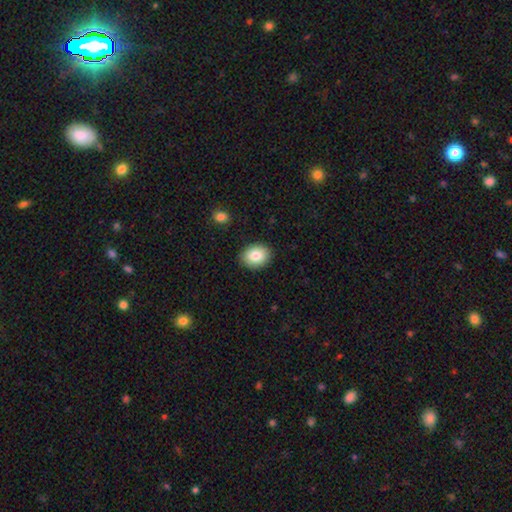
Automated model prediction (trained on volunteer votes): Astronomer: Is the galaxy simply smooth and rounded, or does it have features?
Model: smooth — 83%.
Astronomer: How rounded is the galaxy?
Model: in between — 56% (runner-up: round, 43%).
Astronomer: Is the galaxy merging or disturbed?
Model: none — 89%.